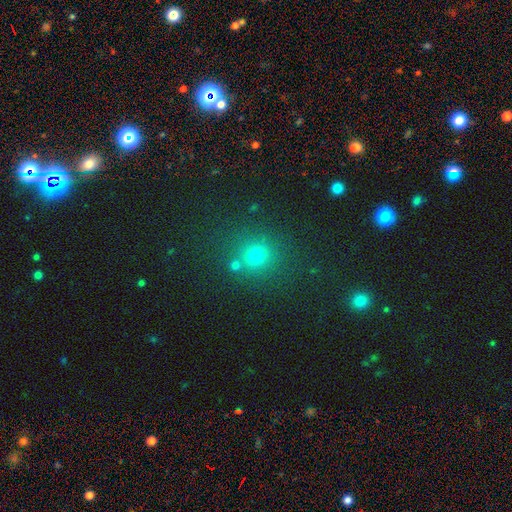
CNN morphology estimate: The model was most divided on "smooth or featured": smooth: 67%, star or artifact: 24%, featured or disk: 9%. More confident: how rounded — round (78%); merging — none (75%).